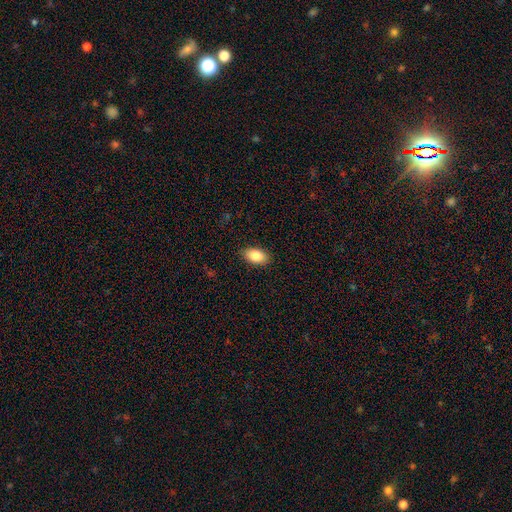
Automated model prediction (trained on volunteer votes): smooth-or-featured: smooth: 86% | featured or disk: 7% | star or artifact: 7%
  how-rounded: in between: 93% | round: 5% | cigar-shaped: 2%
  merging: none: 88% | minor disturbance: 9% | major disturbance: 2% | merger: 1%